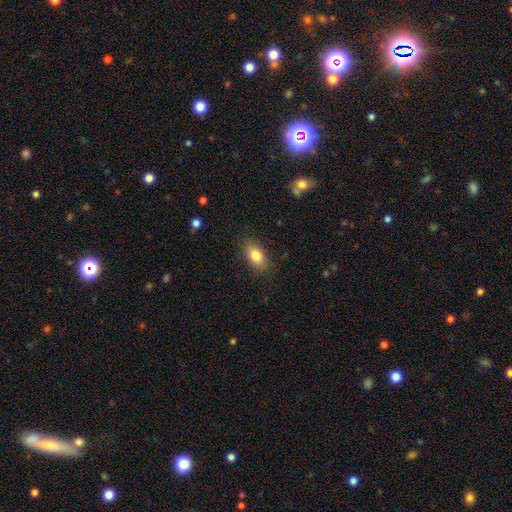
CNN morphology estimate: This appears to be a smooth galaxy with no disk features (83%) that is in between round and cigar-shaped (88%). Merging: none (84%).